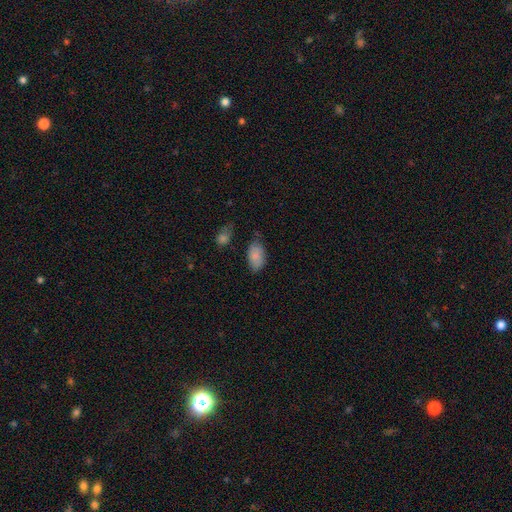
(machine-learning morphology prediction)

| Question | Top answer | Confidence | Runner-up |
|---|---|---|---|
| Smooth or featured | smooth | 83% | featured or disk (10%) |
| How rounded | in between | 94% | round (4%) |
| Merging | none | 68% | minor disturbance (22%) |